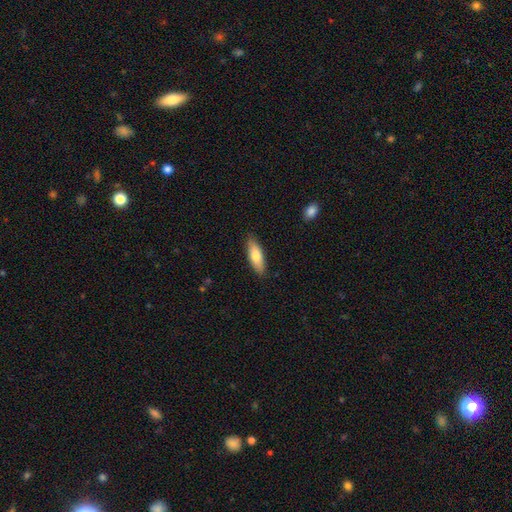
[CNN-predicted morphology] This appears to be a smooth galaxy with no disk features (76%) that is in between round and cigar-shaped (60%). Merging: none (87%).